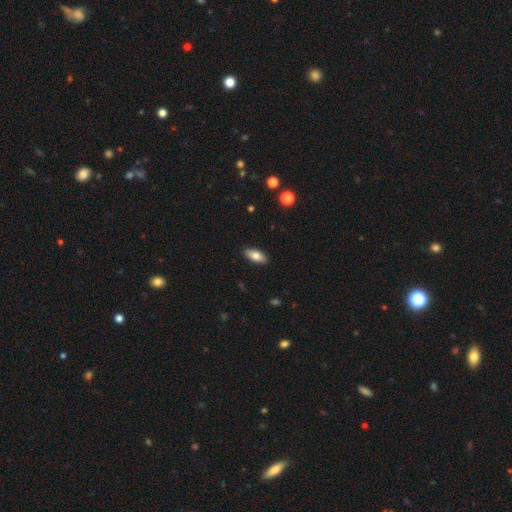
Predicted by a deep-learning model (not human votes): Smooth or featured: smooth — 79% (featured or disk — 15%)
How rounded: in between — 86% (cigar-shaped — 12%)
Merging: none — 89% (minor disturbance — 8%)